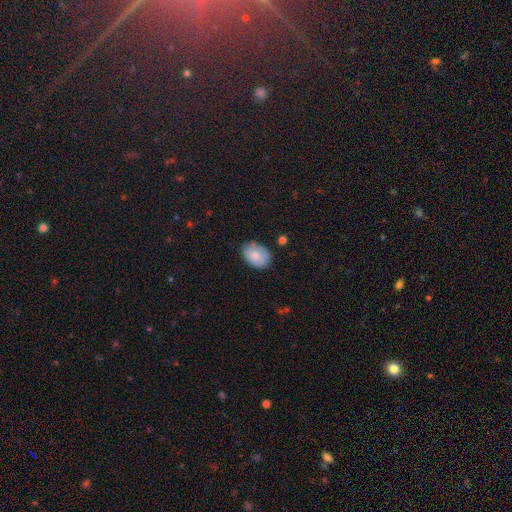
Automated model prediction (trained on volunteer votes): smooth_or_featured: smooth (p=0.74) [alt: featured or disk p=0.18]
how_rounded: in between (p=0.75) [alt: round p=0.24]
merging: none (p=0.72) [alt: minor disturbance p=0.22]